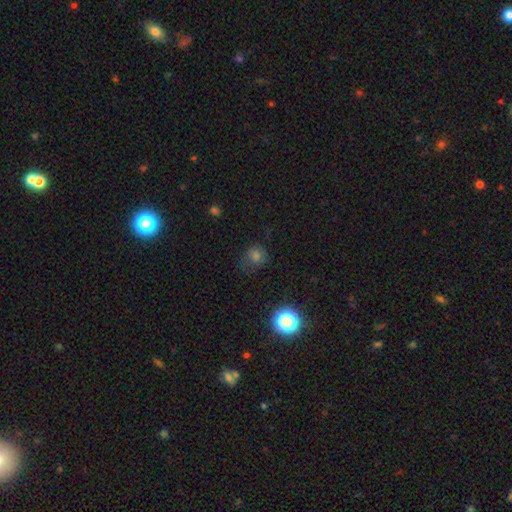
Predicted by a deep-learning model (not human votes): The model was most divided on "merging": none: 57%, minor disturbance: 26%, major disturbance: 15%, merger: 2%. More confident: how rounded — round (77%); smooth or featured — smooth (68%).